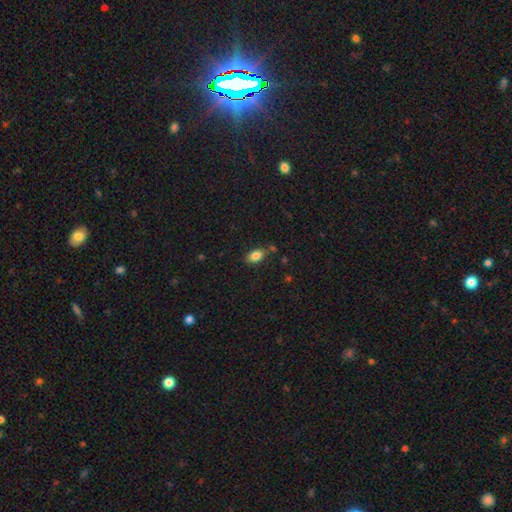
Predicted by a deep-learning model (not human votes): Smooth or featured? Predicted: smooth (p=0.83). How rounded? Predicted: in between (p=0.86). Merging? Predicted: none (p=0.75).